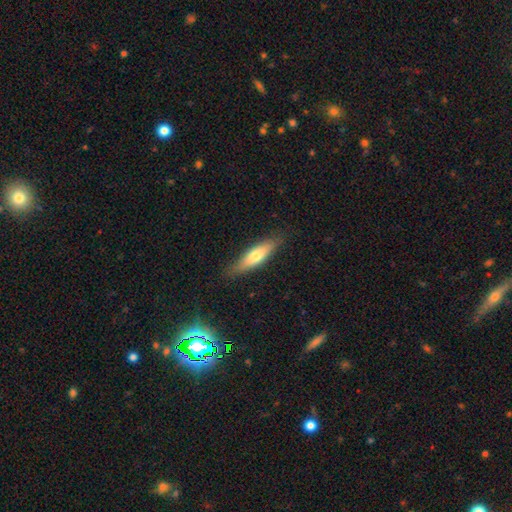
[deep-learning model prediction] smooth 65%, featured or disk 30%, star or artifact 6%. Down the decision tree: how rounded — cigar-shaped (64%); merging — none (83%).